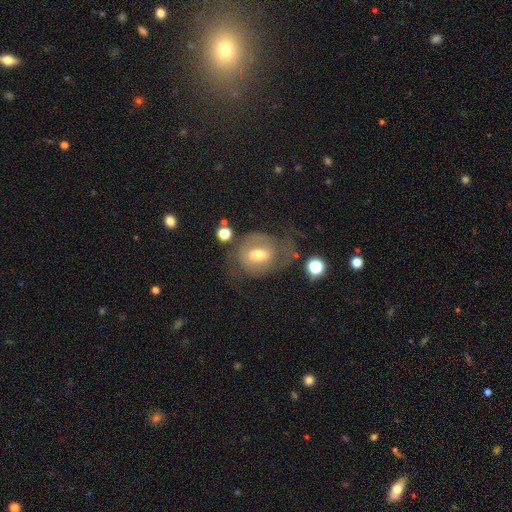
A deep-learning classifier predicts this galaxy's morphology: Smooth or featured? featured or disk (57%)
Edge-on disk? no (95%)
Bar? weak (46%)
Spiral arms? yes (64%)
Bulge size? moderate (71%)
Merging? none (45%)